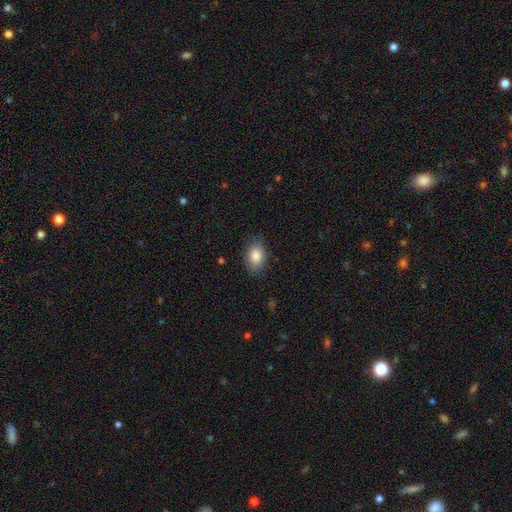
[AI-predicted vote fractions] Smooth or featured?
  - smooth: 86% *
  - star or artifact: 7%
  - featured or disk: 7%
How rounded?
  - in between: 86% *
  - round: 13%
  - cigar-shaped: 1%
Merging?
  - none: 83% *
  - minor disturbance: 13%
  - major disturbance: 3%
  - merger: 1%